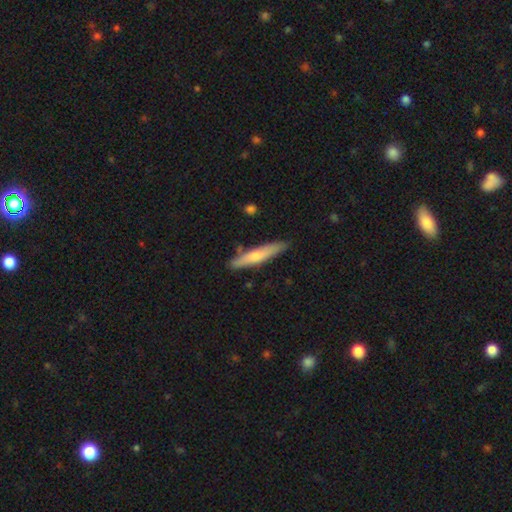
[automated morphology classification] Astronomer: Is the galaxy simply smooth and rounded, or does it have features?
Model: featured or disk — 51% (runner-up: smooth, 42%).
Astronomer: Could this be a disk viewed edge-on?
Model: yes — 90%.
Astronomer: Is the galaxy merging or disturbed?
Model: none — 87%.